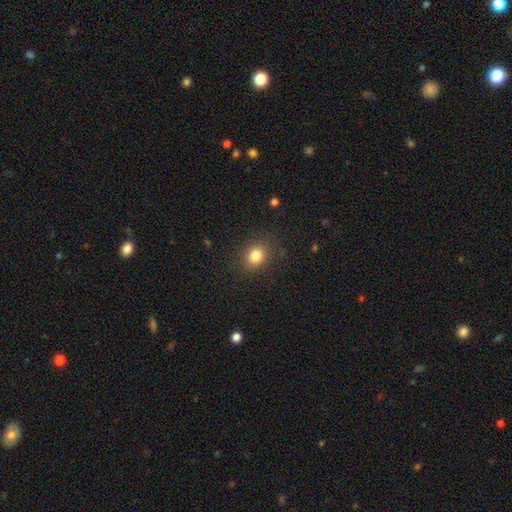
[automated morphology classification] smooth 82%, star or artifact 12%, featured or disk 6%. Down the decision tree: how rounded — round (67%); merging — none (86%).